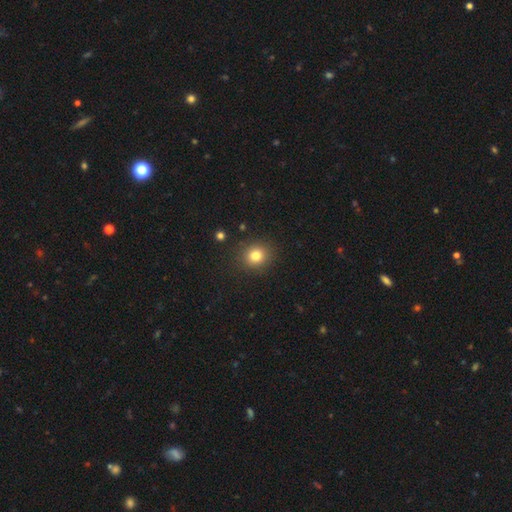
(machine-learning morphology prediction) This appears to be a smooth galaxy with no disk features (81%) that is round (81%). Merging: none (88%).